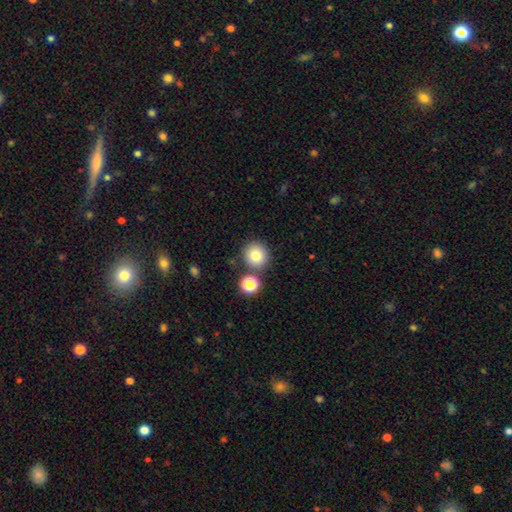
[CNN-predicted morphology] Smooth or featured? smooth (79%)
How rounded? round (93%)
Merging? none (78%)